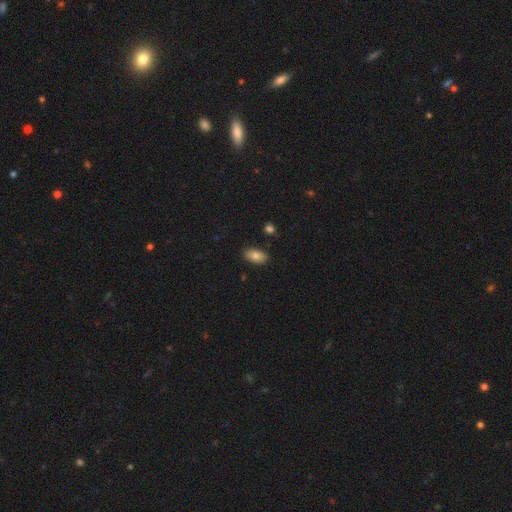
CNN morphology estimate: A smooth galaxy with no disk features (81%) that is in between round and cigar-shaped (92%).

Vote fractions:
- Smooth or featured? smooth: 81% / featured or disk: 11% / star or artifact: 8%
- How rounded? in between: 92% / round: 5% / cigar-shaped: 3%
- Merging? none: 86% / minor disturbance: 10% / major disturbance: 2% / merger: 2%